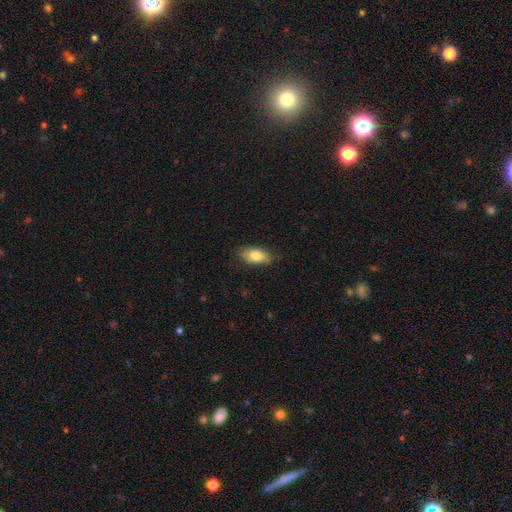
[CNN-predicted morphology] A smooth galaxy with no disk features (80%) that is in between round and cigar-shaped (88%).

Vote fractions:
- Smooth or featured? smooth: 80% / featured or disk: 14% / star or artifact: 7%
- How rounded? in between: 88% / cigar-shaped: 8% / round: 4%
- Merging? none: 78% / minor disturbance: 18% / major disturbance: 3% / merger: 1%